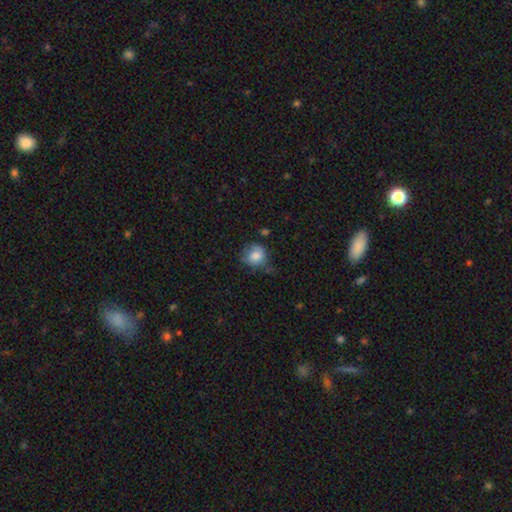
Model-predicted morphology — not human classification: Overall: smooth (78%). How rounded: round (74%). Merging: none (46%; minor disturbance 34%).